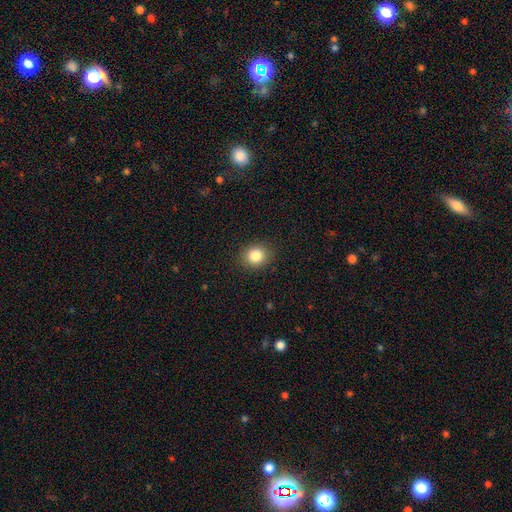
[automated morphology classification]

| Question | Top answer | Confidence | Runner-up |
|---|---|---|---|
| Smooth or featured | smooth | 84% | star or artifact (10%) |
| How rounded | round | 72% | in between (27%) |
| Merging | none | 88% | minor disturbance (8%) |